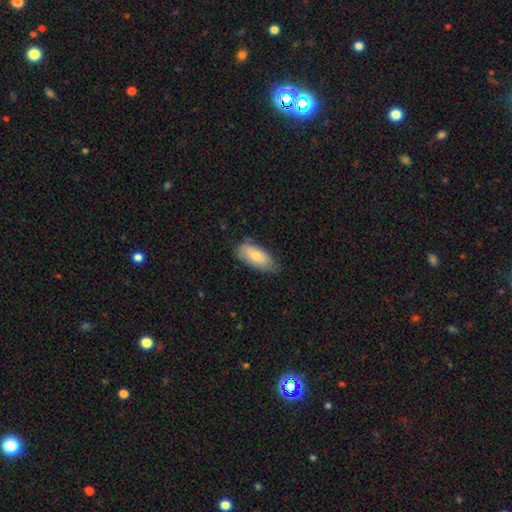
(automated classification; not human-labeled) The model was most divided on "merging": none: 67%, minor disturbance: 27%, major disturbance: 5%, merger: 1%. More confident: how rounded — in between (89%); smooth or featured — smooth (76%).